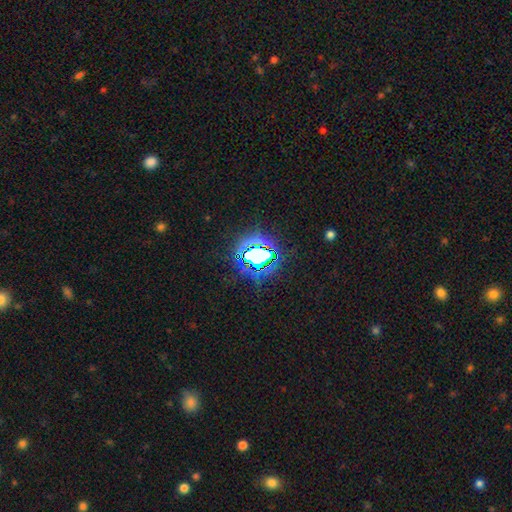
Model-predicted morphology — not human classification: smooth-or-featured: star or artifact: 72% | smooth: 17% | featured or disk: 11%